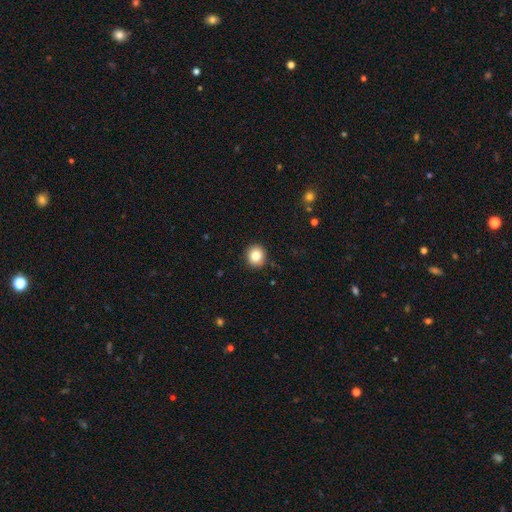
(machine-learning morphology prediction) Smooth or featured?
  - smooth: 84% *
  - star or artifact: 10%
  - featured or disk: 7%
How rounded?
  - round: 87% *
  - in between: 12%
  - cigar-shaped: 1%
Merging?
  - none: 90% *
  - minor disturbance: 7%
  - major disturbance: 2%
  - merger: 1%